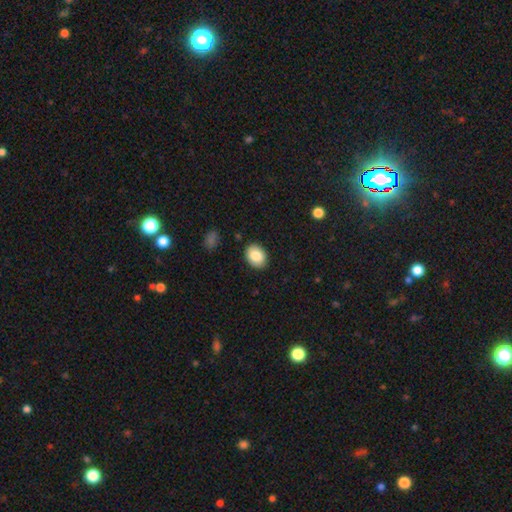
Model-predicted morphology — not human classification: Smooth or featured? Predicted: smooth (p=0.85). How rounded? Predicted: in between (p=0.68). Merging? Predicted: none (p=0.89).